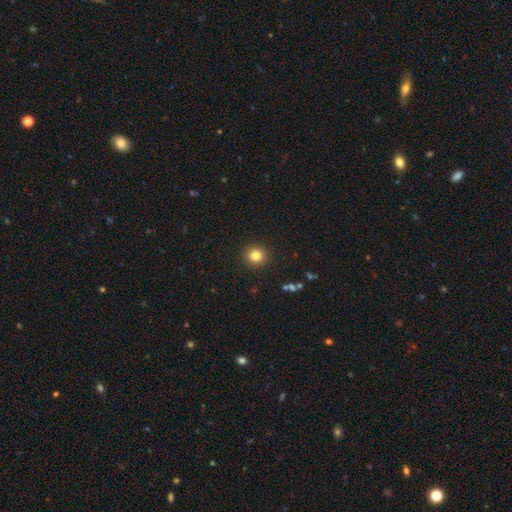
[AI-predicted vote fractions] Smooth or featured?
  - smooth: 81% *
  - star or artifact: 12%
  - featured or disk: 6%
How rounded?
  - round: 92% *
  - in between: 7%
  - cigar-shaped: 1%
Merging?
  - none: 92% *
  - minor disturbance: 5%
  - major disturbance: 2%
  - merger: 1%